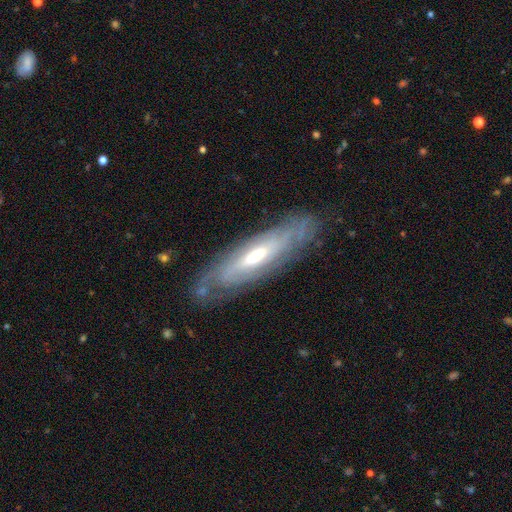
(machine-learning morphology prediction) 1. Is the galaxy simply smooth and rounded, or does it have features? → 77% featured or disk, 18% smooth, 6% star or artifact.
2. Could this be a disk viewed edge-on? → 71% no, 29% yes.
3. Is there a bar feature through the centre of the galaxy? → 47% no, 37% weak, 16% strong.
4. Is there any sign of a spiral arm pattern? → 84% yes, 16% no.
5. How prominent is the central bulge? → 59% moderate, 24% small, 14% large, 2% none, 2% dominant.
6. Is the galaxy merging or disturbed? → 77% none, 16% minor disturbance, 6% major disturbance, 2% merger.